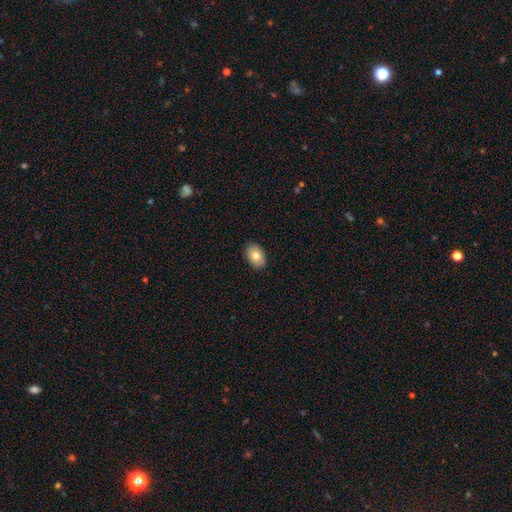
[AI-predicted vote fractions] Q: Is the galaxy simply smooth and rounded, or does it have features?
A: smooth — 80%.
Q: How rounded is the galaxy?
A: in between — 85%.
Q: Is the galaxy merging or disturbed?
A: none — 89%.